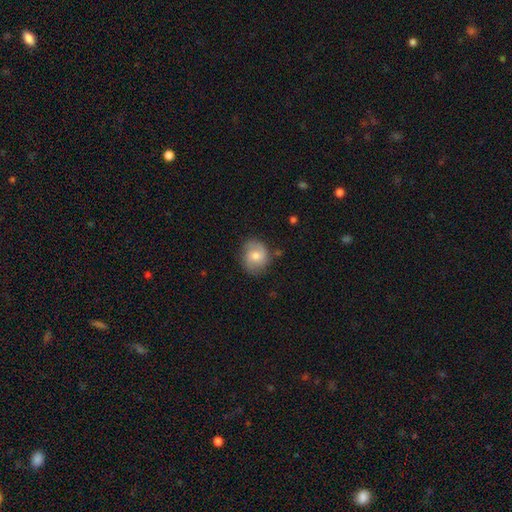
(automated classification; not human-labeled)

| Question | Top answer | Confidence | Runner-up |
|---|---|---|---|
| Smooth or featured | smooth | 55% | featured or disk (37%) |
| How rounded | round | 67% | in between (32%) |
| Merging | none | 73% | minor disturbance (20%) |